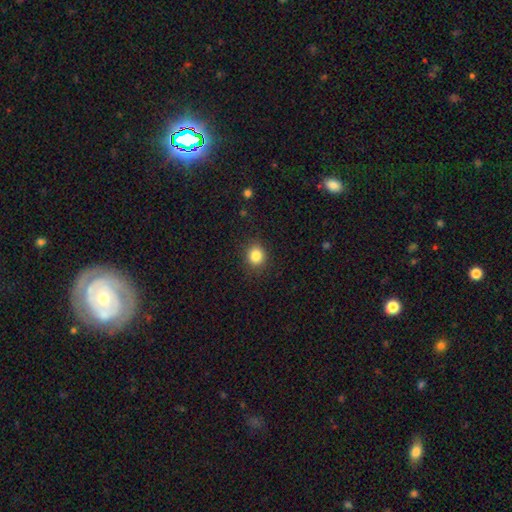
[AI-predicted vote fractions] Smooth or featured: smooth — 84% (star or artifact — 11%)
How rounded: round — 81% (in between — 18%)
Merging: none — 87% (minor disturbance — 9%)